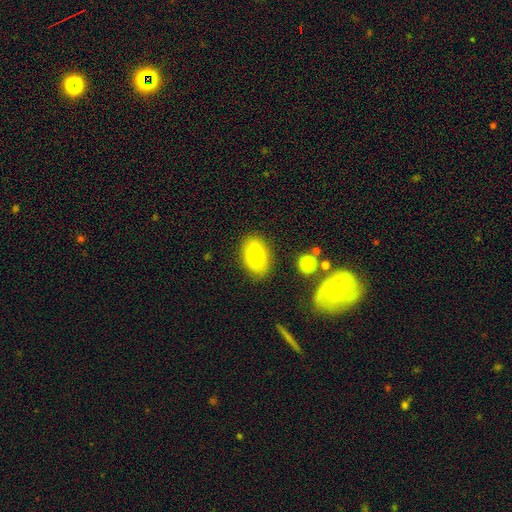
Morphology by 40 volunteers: type=smooth (52%); roundness=in between (86%); merging=none (81%).